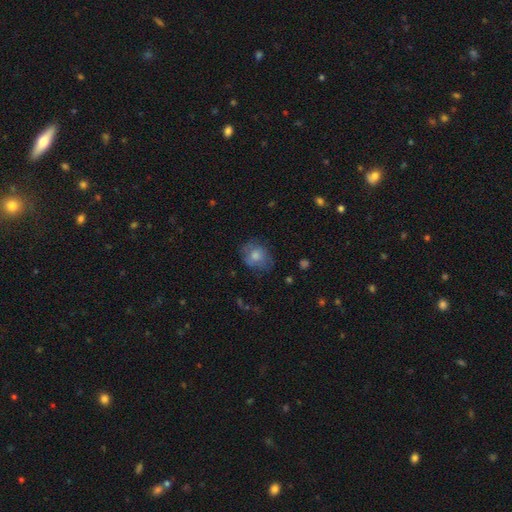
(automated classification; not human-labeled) A smooth galaxy with no disk features (71%) that is round (61%).

Vote fractions:
- Smooth or featured? smooth: 71% / featured or disk: 20% / star or artifact: 9%
- How rounded? round: 61% / in between: 38% / cigar-shaped: 1%
- Merging? none: 60% / minor disturbance: 26% / major disturbance: 12% / merger: 2%